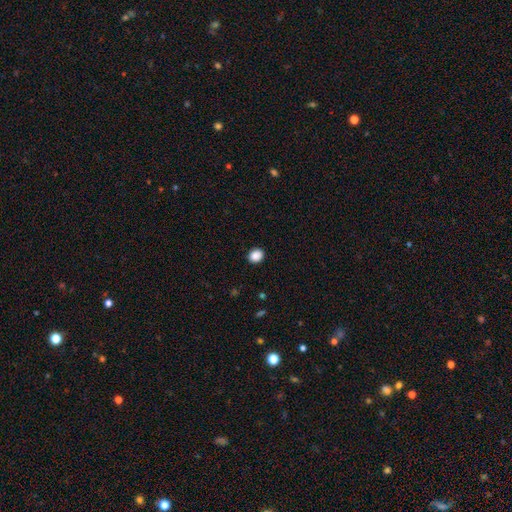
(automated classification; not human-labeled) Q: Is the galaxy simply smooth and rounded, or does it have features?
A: smooth — 88%.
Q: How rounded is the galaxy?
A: round — 72%.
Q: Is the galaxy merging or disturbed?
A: none — 91%.